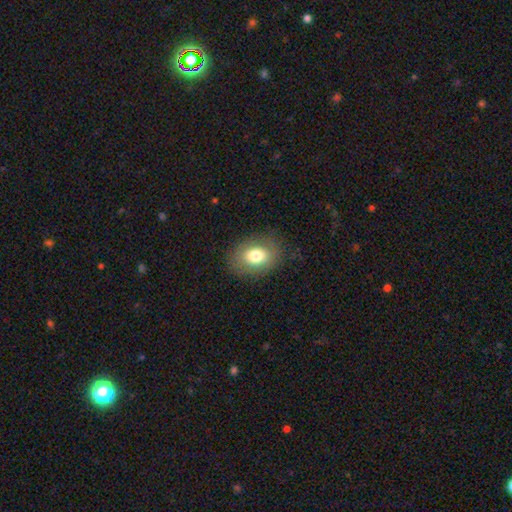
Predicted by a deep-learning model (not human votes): A smooth galaxy with no disk features (75%) that is in between round and cigar-shaped (72%). Merging: none (83%).